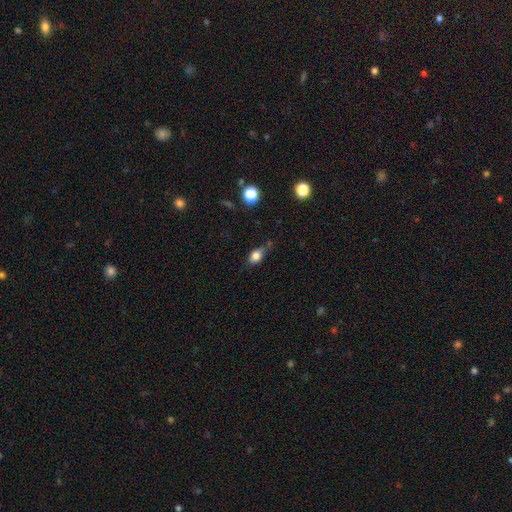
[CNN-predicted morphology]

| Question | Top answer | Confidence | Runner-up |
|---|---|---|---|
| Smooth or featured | smooth | 79% | featured or disk (12%) |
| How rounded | in between | 76% | round (18%) |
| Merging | none | 56% | minor disturbance (32%) |